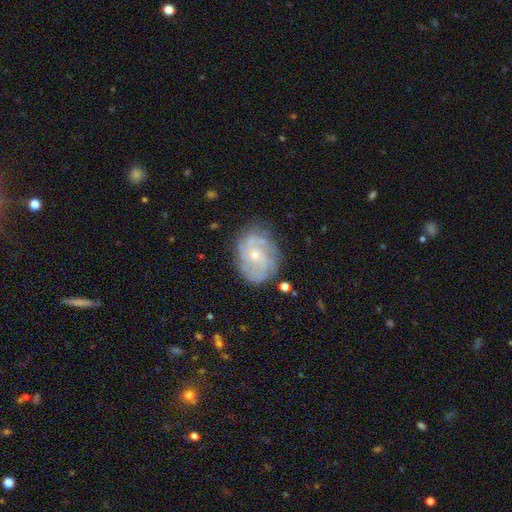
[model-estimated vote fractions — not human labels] Overall: featured or disk (80%). Edge-on disk: no (97%). Bar: no (73%). Spiral arms: yes (91%). Spiral arm count: can't tell (32%; 2 24%). Spiral winding: tight (54%; medium 36%). Bulge size: small (69%). Merging: none (75%).